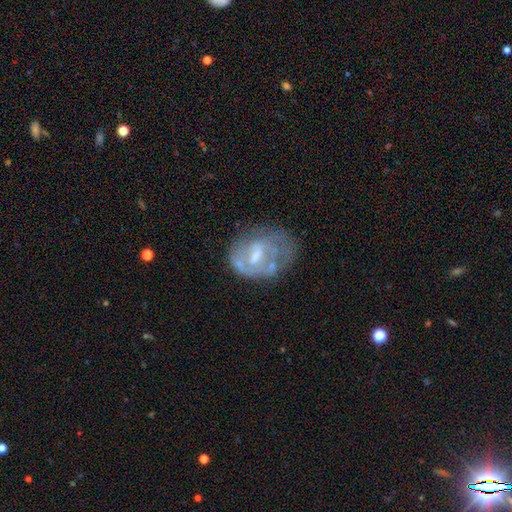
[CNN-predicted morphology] Smooth or featured?
  - featured or disk: 61% *
  - smooth: 29%
  - star or artifact: 9%
Edge-on disk?
  - no: 97% *
  - yes: 3%
Bar?
  - weak: 44% *
  - no: 43%
  - strong: 13%
Spiral arms?
  - no: 64% *
  - yes: 36%
Bulge size?
  - moderate: 45% *
  - small: 30%
  - none: 19%
  - large: 6%
  - dominant: 1%
Merging?
  - none: 39% *
  - major disturbance: 29%
  - minor disturbance: 26%
  - merger: 6%